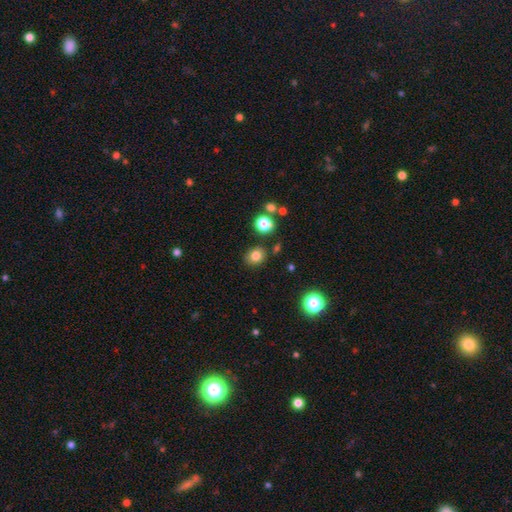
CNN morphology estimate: This appears to be a smooth galaxy with no disk features (80%) that is round (59%). Merging: none (83%).